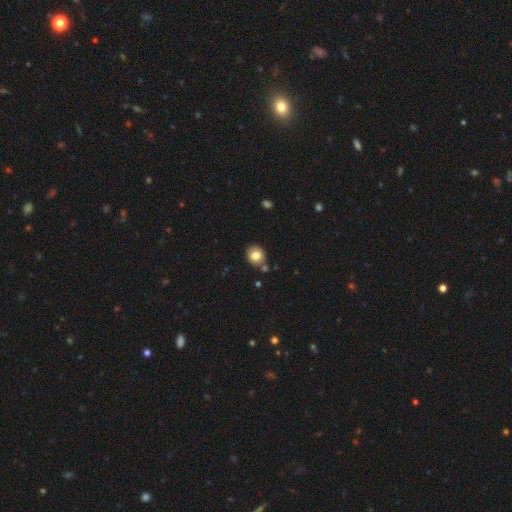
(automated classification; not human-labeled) A smooth galaxy with no disk features (80%) that is round (73%). Merging: none (76%).